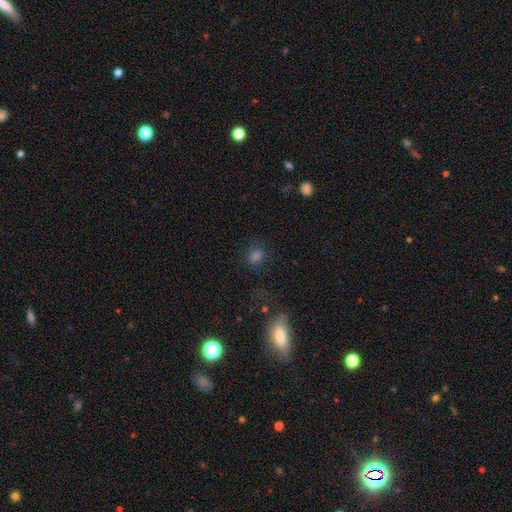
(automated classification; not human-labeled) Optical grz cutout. It shows a smooth galaxy with no disk features (65%) that is round (55%). Merging: none (74%).